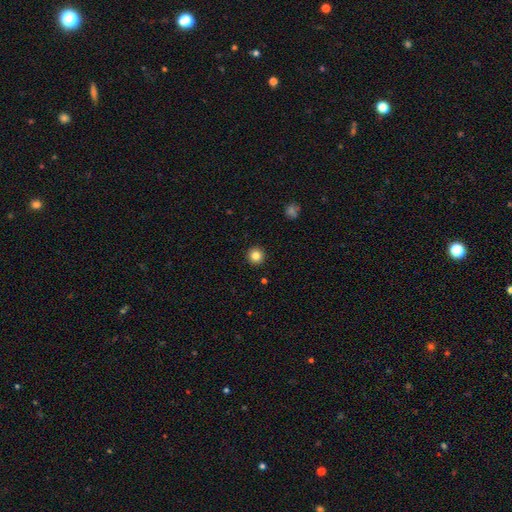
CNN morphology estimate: smooth-or-featured: smooth: 84% | star or artifact: 11% | featured or disk: 5%
  how-rounded: round: 96% | in between: 3% | cigar-shaped: 1%
  merging: none: 93% | minor disturbance: 4% | major disturbance: 1% | merger: 1%